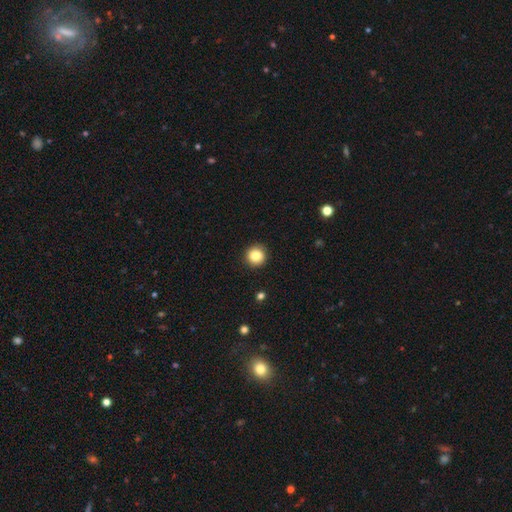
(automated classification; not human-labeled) This appears to be a smooth galaxy with no disk features (85%) that is round (95%). Merging: none (93%).